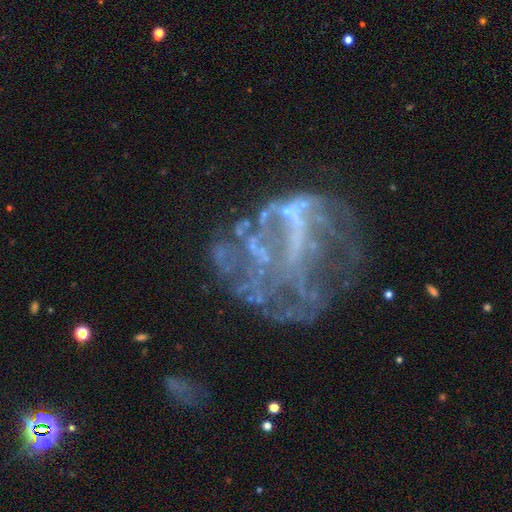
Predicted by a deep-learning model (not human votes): This is likely a featured or disk galaxy (70%). It is clearly not viewed edge-on (98%). Bar: likely no (62%). Spiral arm pattern: likely no (72%). Central bulge: likely none (69%). Merging: marginally none (39%).